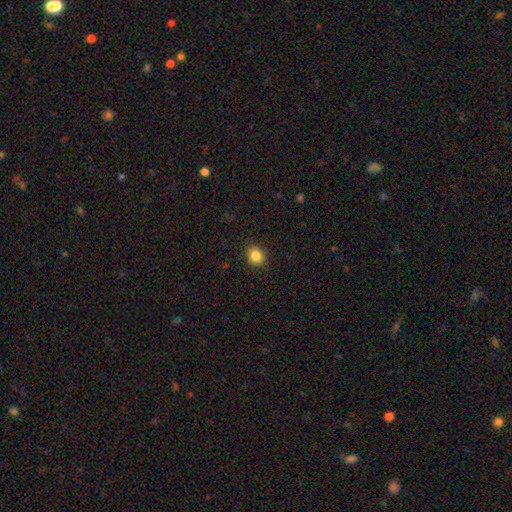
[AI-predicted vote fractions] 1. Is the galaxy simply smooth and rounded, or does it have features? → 86% smooth, 10% star or artifact, 4% featured or disk.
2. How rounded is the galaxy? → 69% round, 30% in between, 1% cigar-shaped.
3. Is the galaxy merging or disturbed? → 90% none, 7% minor disturbance, 2% major disturbance, 1% merger.